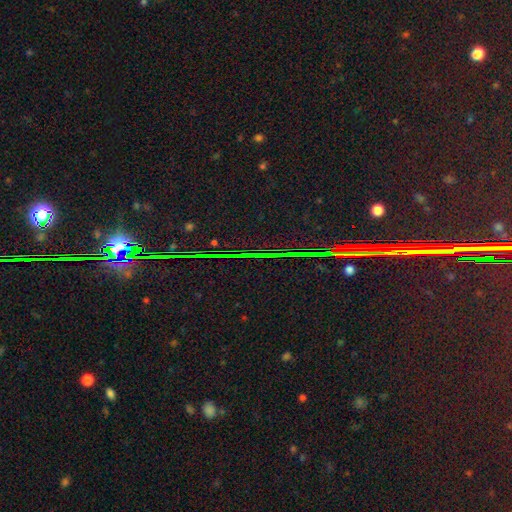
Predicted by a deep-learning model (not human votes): This appears to be a star or artifact, not a galaxy (86%).